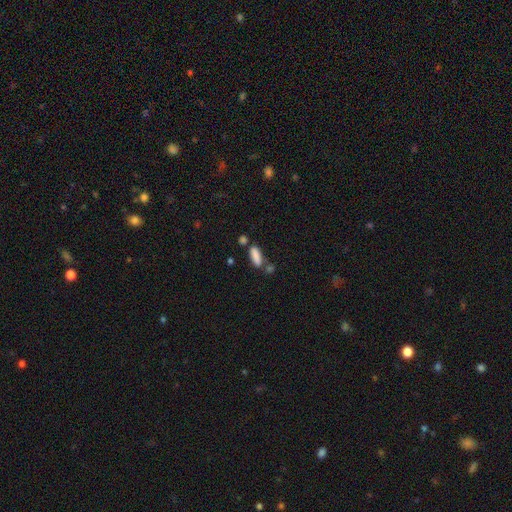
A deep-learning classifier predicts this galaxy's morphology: smooth 86%, star or artifact 8%, featured or disk 6%. Down the decision tree: how rounded — in between (59%); merging — none (62%).